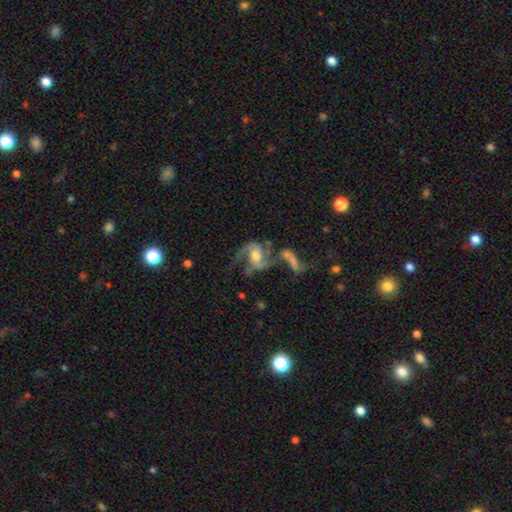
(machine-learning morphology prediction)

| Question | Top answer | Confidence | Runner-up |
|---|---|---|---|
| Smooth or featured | featured or disk | 83% | star or artifact (9%) |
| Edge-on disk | no | 97% | yes (3%) |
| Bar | no | 49% | weak (37%) |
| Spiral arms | yes | 94% | no (6%) |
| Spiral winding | medium | 48% | loose (34%) |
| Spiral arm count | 2 | 75% | can't tell (8%) |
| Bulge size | moderate | 65% | small (23%) |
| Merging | none | 41% | merger (23%) |